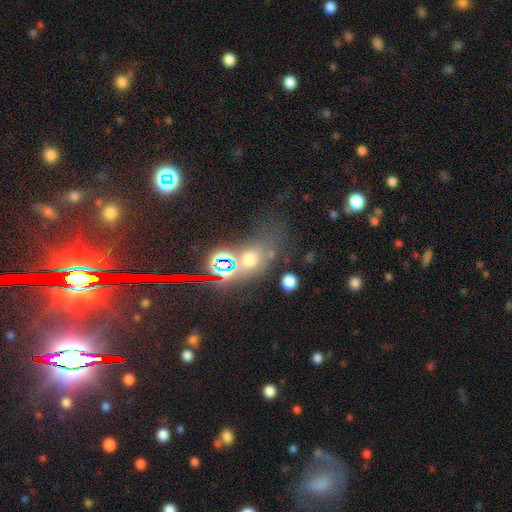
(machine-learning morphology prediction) Overall: star or artifact (59%; smooth 23%).